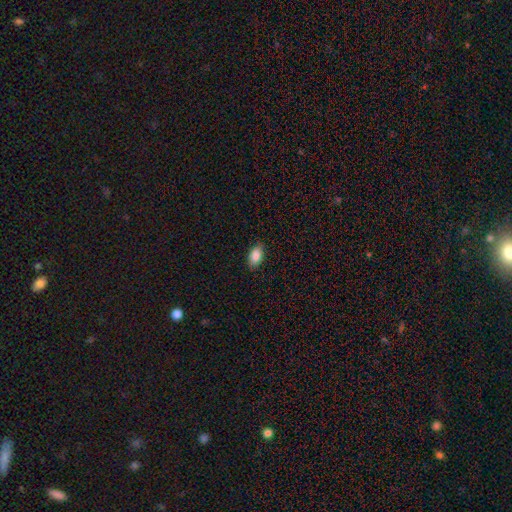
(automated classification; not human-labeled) This appears to be a smooth galaxy with no disk features (88%) that is in between round and cigar-shaped (92%). Merging: none (86%).